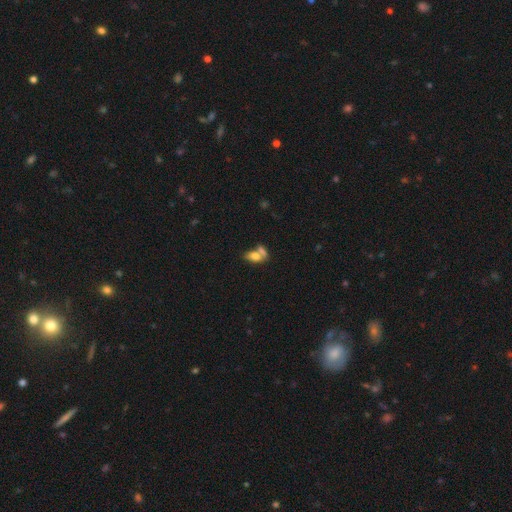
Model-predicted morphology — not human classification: The model was most divided on "merging": merger: 51%, none: 33%, minor disturbance: 10%, major disturbance: 5%. More confident: how rounded — in between (86%); smooth or featured — smooth (75%).